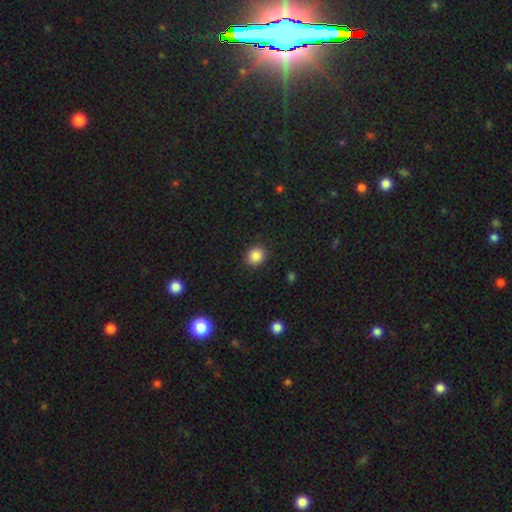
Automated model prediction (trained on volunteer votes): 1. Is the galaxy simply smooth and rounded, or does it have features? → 86% smooth, 10% star or artifact, 4% featured or disk.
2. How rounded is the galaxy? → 84% round, 15% in between, 1% cigar-shaped.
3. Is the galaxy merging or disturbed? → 90% none, 7% minor disturbance, 2% major disturbance, 1% merger.